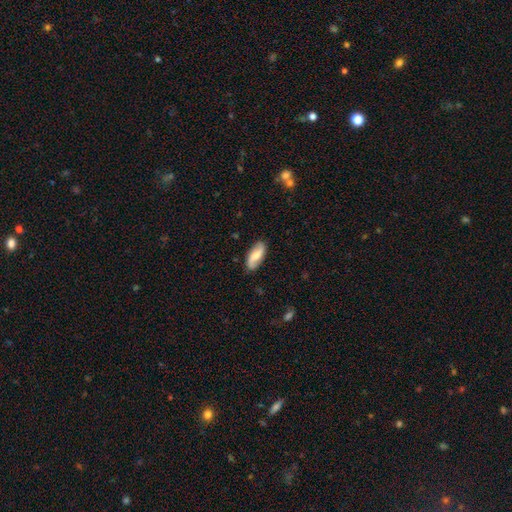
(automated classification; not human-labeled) Q: Smooth or featured?
A: featured or disk (51%); runner-up: smooth (42%)
Q: Edge-on disk?
A: no (91%); runner-up: yes (9%)
Q: Merging?
A: none (84%); runner-up: minor disturbance (13%)